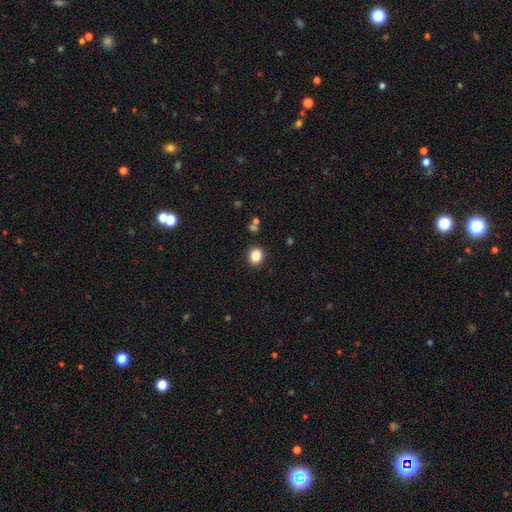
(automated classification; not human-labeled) Smooth or featured: smooth — 85% (star or artifact — 11%)
How rounded: round — 72% (in between — 27%)
Merging: none — 89% (minor disturbance — 7%)